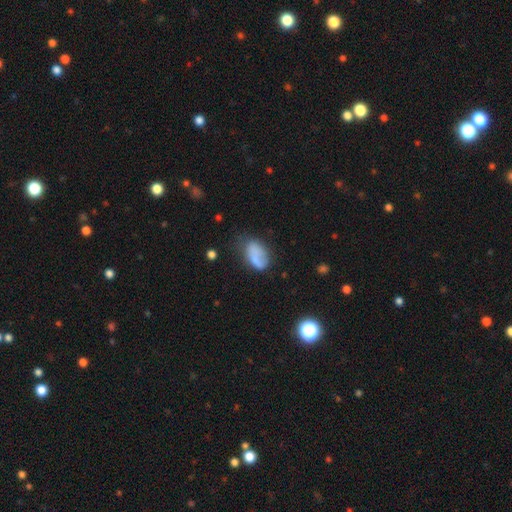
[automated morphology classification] Smooth or featured?
  - smooth: 71% *
  - featured or disk: 19%
  - star or artifact: 9%
How rounded?
  - in between: 89% *
  - round: 8%
  - cigar-shaped: 3%
Merging?
  - none: 38% *
  - minor disturbance: 32%
  - major disturbance: 24%
  - merger: 6%